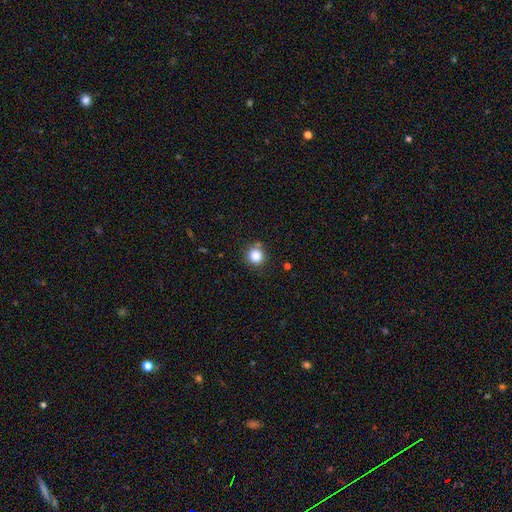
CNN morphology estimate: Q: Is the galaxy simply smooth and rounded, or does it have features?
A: smooth — 85%.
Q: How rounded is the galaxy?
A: round — 90%.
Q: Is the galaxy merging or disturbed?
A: none — 80%.